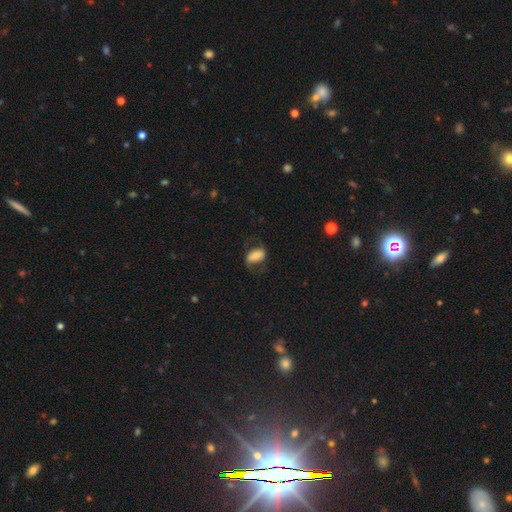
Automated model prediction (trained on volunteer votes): This is likely a smooth galaxy (64%). How rounded: clearly in between (89%). Merging: possibly none (57%).